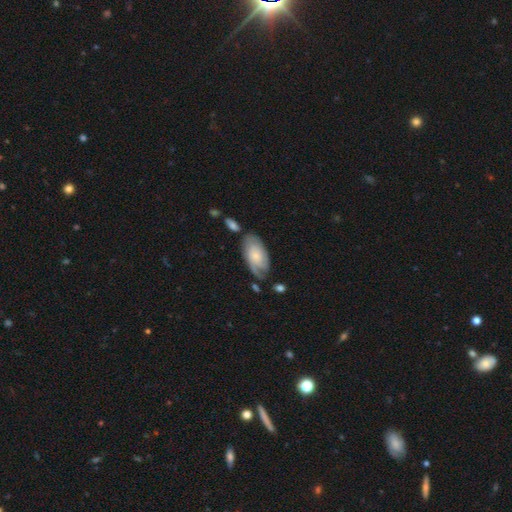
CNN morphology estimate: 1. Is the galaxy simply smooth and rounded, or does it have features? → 54% featured or disk, 40% smooth, 6% star or artifact.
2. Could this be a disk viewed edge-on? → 92% no, 8% yes.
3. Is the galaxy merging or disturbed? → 60% none, 24% minor disturbance, 9% major disturbance, 7% merger.